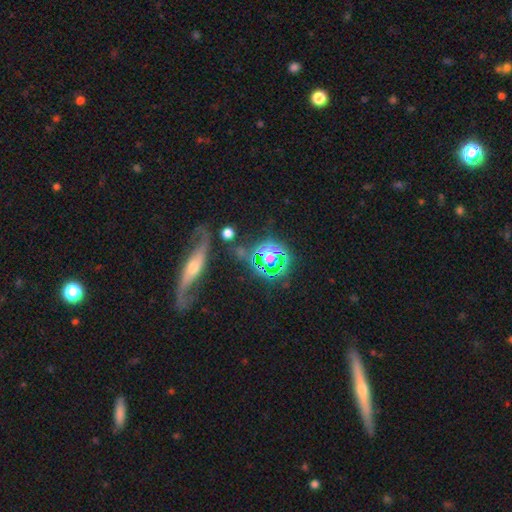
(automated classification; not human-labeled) Smooth or featured?
  - featured or disk: 61% *
  - smooth: 21%
  - star or artifact: 18%
Edge-on disk?
  - yes: 57% *
  - no: 43%
Merging?
  - none: 71% *
  - minor disturbance: 14%
  - major disturbance: 7%
  - merger: 7%